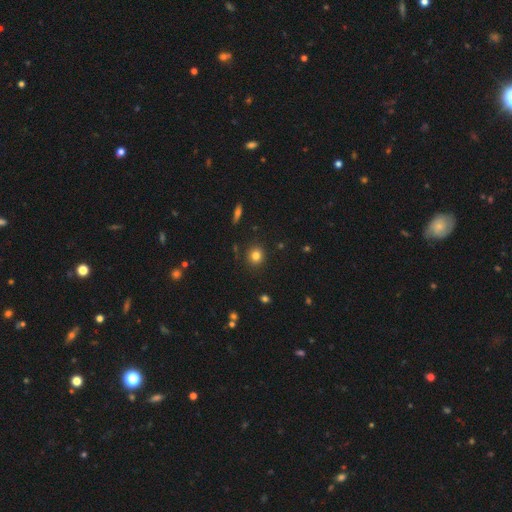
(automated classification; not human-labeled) This is likely a smooth galaxy (80%). How rounded: clearly round (86%). Merging: clearly none (89%).